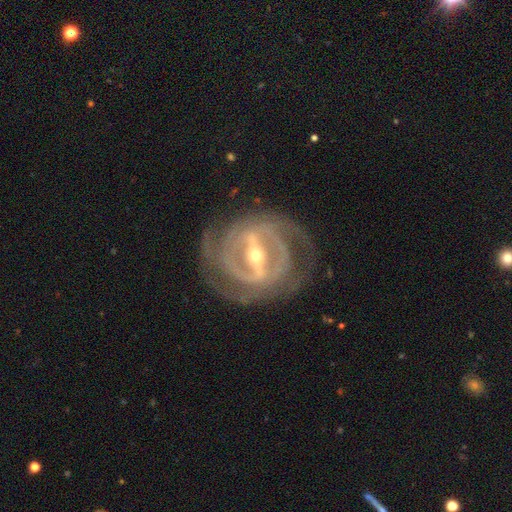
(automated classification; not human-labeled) smooth_or_featured: featured or disk (p=0.92) [alt: star or artifact p=0.04]
disk_edge_on: no (p=0.93) [alt: yes p=0.07]
bar: strong (p=0.83) [alt: weak p=0.13]
has_spiral_arms: yes (p=0.91) [alt: no p=0.09]
spiral_winding: tight (p=0.64) [alt: medium p=0.29]
spiral_arm_count: 2 (p=0.38) [alt: can't tell p=0.23]
bulge_size: small (p=0.51) [alt: moderate p=0.45]
merging: none (p=0.76) [alt: minor disturbance p=0.14]